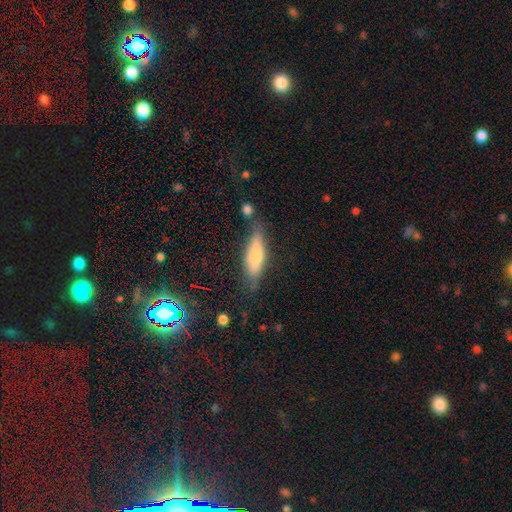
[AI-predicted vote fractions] A smooth galaxy with no disk features (62%) that is cigar-shaped (67%).

Vote fractions:
- Smooth or featured? smooth: 62% / featured or disk: 31% / star or artifact: 8%
- How rounded? cigar-shaped: 67% / in between: 31% / round: 2%
- Merging? none: 74% / minor disturbance: 17% / major disturbance: 5% / merger: 4%